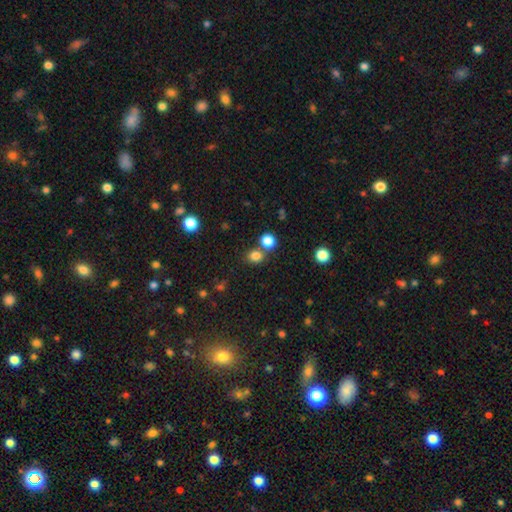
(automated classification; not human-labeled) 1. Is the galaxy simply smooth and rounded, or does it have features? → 80% smooth, 15% star or artifact, 5% featured or disk.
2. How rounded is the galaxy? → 72% round, 27% in between, 1% cigar-shaped.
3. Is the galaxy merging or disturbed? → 67% none, 22% merger, 8% minor disturbance, 3% major disturbance.